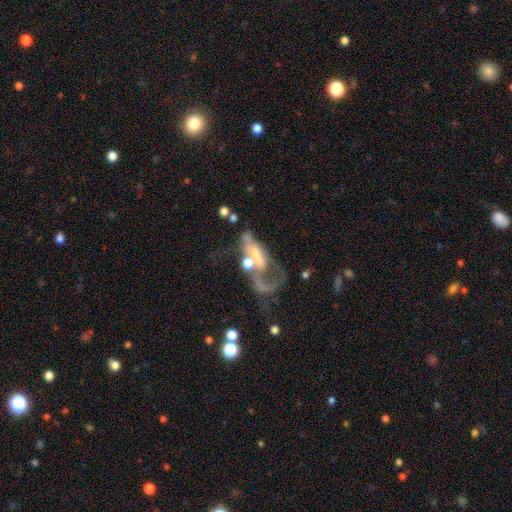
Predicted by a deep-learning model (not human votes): Smooth or featured? featured or disk (61%)
Edge-on disk? no (88%)
Bar? no (63%)
Spiral arms? no (55%)
Bulge size? moderate (39%)
Merging? major disturbance (42%)